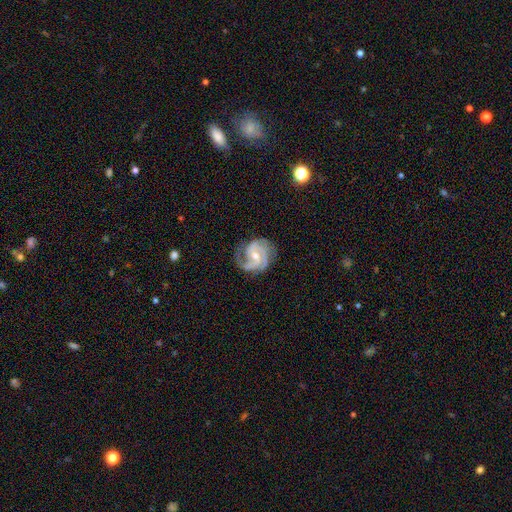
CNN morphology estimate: A featured or disk galaxy (91%) with a weak bar (43%, tied with no), 3 (47%) tight (48%) spiral arms (98%) and a small central bulge (48%, tied with moderate). Merging: none (71%).